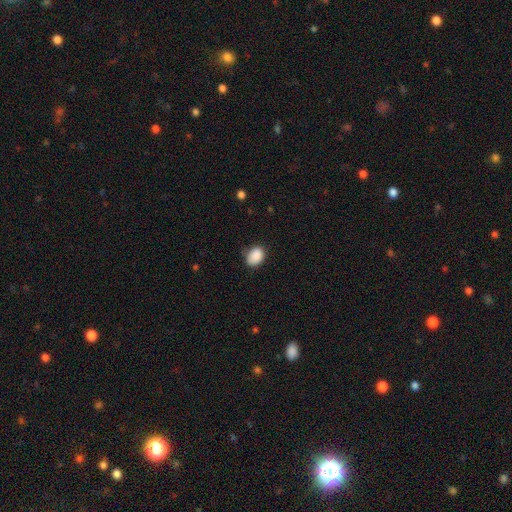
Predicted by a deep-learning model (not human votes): smooth 89%, star or artifact 8%, featured or disk 3%. Down the decision tree: how rounded — in between (74%); merging — none (73%).